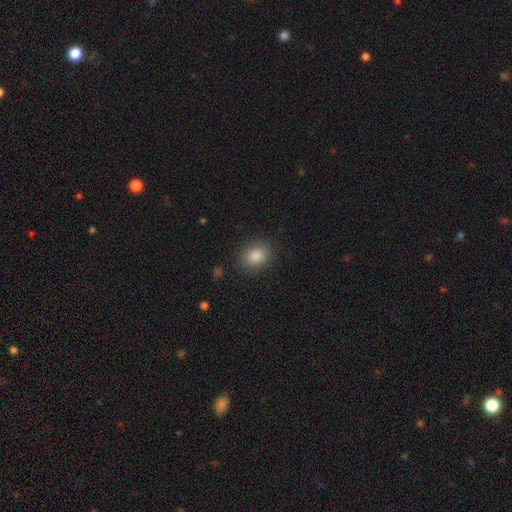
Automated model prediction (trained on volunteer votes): smooth 85%, star or artifact 10%, featured or disk 5%. Down the decision tree: how rounded — round (50%); merging — none (88%).